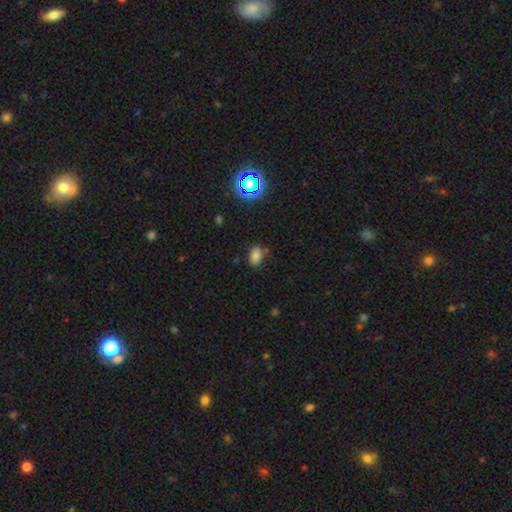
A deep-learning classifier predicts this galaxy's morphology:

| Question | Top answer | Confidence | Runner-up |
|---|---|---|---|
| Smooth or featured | smooth | 76% | star or artifact (16%) |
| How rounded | in between | 81% | round (17%) |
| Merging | none | 75% | minor disturbance (16%) |